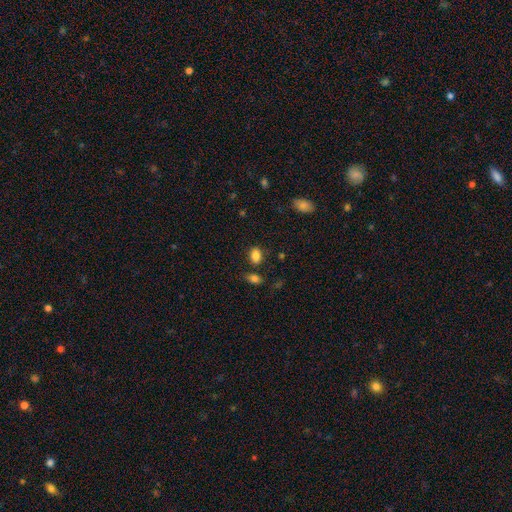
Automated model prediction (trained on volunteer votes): This is clearly a smooth galaxy (85%). How rounded: likely in between (79%). Merging: likely none (75%).